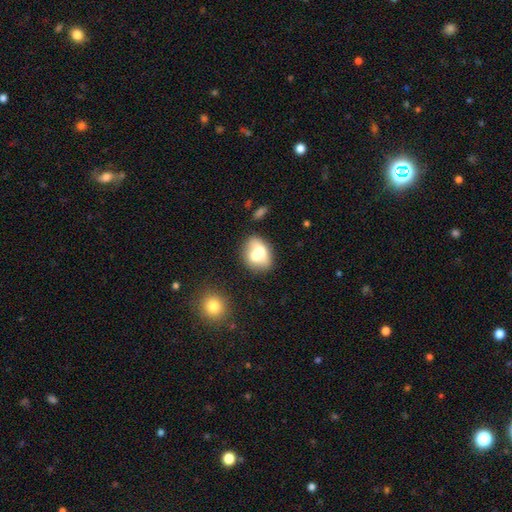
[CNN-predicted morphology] Smooth or featured? Predicted: smooth (p=0.63). How rounded? Predicted: in between (p=0.59). Merging? Predicted: merger (p=0.48).